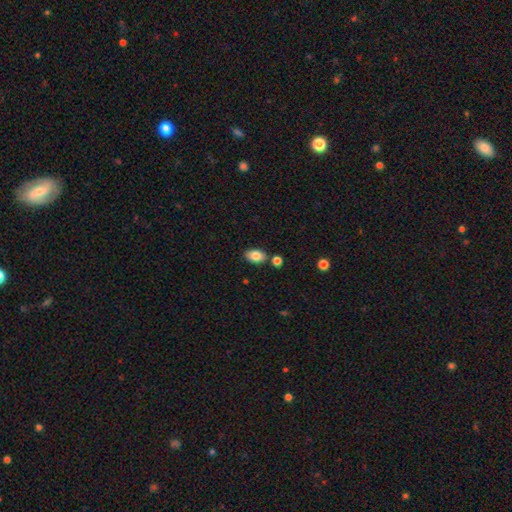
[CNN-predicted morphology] This appears to be a smooth galaxy with no disk features (84%) that is in between round and cigar-shaped (89%). Merging: none (79%).